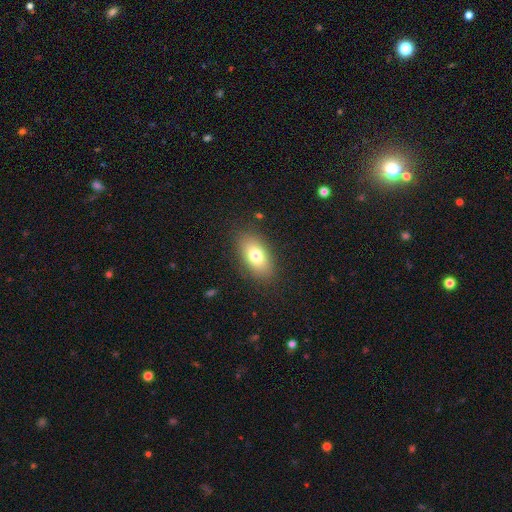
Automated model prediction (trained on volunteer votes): smooth_or_featured: smooth (p=0.75) [alt: featured or disk p=0.16]
how_rounded: in between (p=0.90) [alt: round p=0.07]
merging: none (p=0.84) [alt: minor disturbance p=0.11]